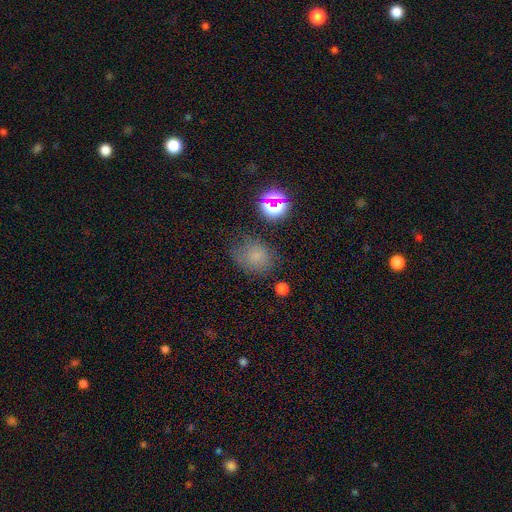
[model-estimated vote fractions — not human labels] A smooth galaxy with no disk features (68%) that is in between round and cigar-shaped (50%).

Vote fractions:
- Smooth or featured? smooth: 68% / star or artifact: 21% / featured or disk: 11%
- How rounded? in between: 50% / round: 49% / cigar-shaped: 1%
- Merging? none: 62% / minor disturbance: 25% / major disturbance: 10% / merger: 4%